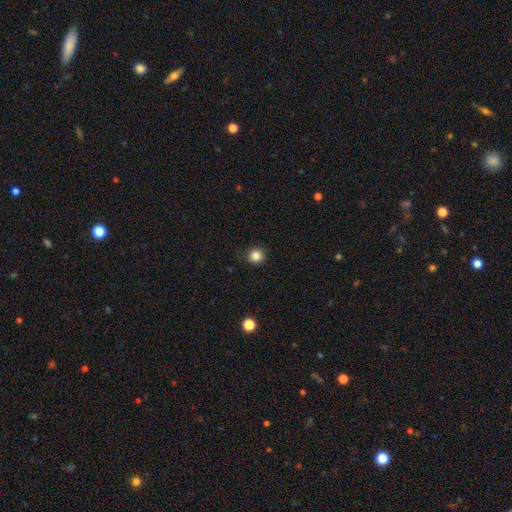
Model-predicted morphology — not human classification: This appears to be a smooth galaxy with no disk features (84%) that is round (91%). Merging: none (89%).